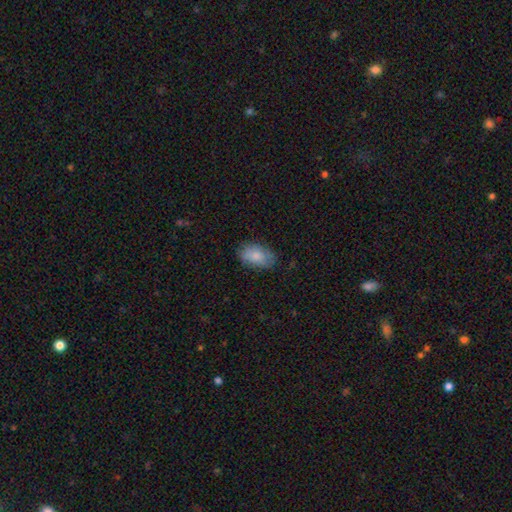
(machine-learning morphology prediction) smooth_or_featured: smooth (p=0.82) [alt: featured or disk p=0.11]
how_rounded: in between (p=0.91) [alt: round p=0.07]
merging: none (p=0.78) [alt: minor disturbance p=0.17]